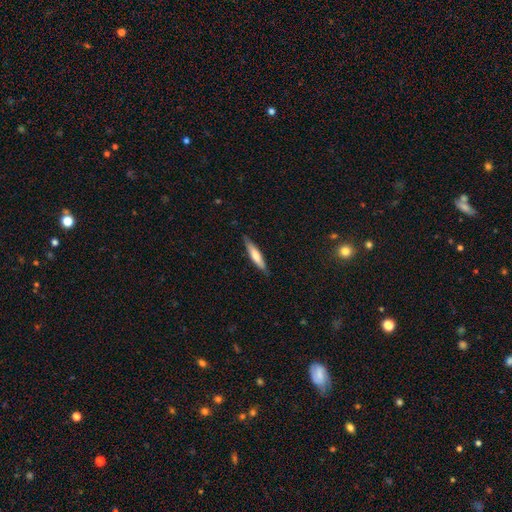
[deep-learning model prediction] Overall: smooth (58%; featured or disk 36%). How rounded: cigar-shaped (86%). Merging: none (85%).